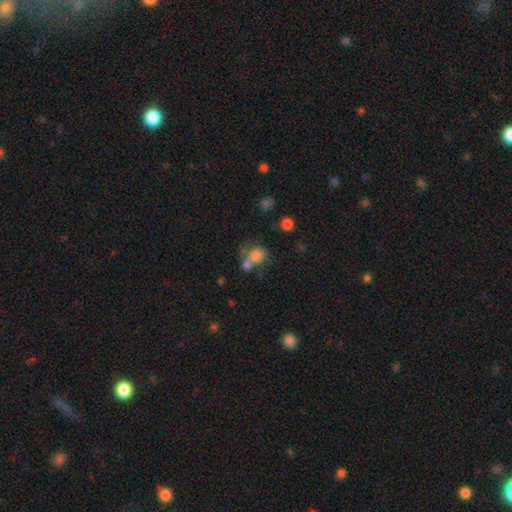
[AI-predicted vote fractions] A smooth galaxy with no disk features (76%) that is round (52%).

Vote fractions:
- Smooth or featured? smooth: 76% / star or artifact: 13% / featured or disk: 11%
- How rounded? round: 52% / in between: 46% / cigar-shaped: 1%
- Merging? merger: 40% / none: 36% / minor disturbance: 14% / major disturbance: 9%